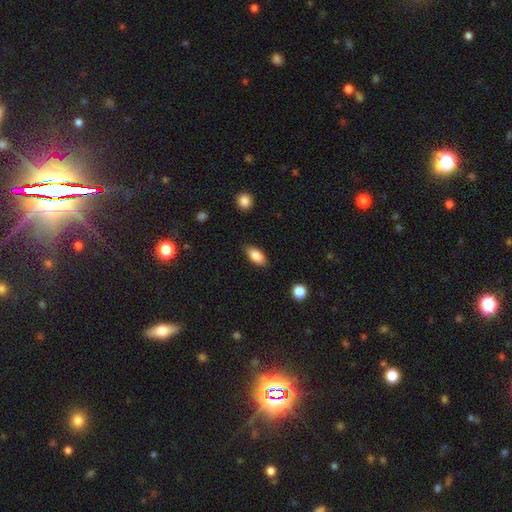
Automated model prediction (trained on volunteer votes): smooth-or-featured: smooth: 84% | featured or disk: 9% | star or artifact: 7%
  how-rounded: in between: 89% | cigar-shaped: 8% | round: 3%
  merging: none: 84% | minor disturbance: 12% | major disturbance: 3% | merger: 1%